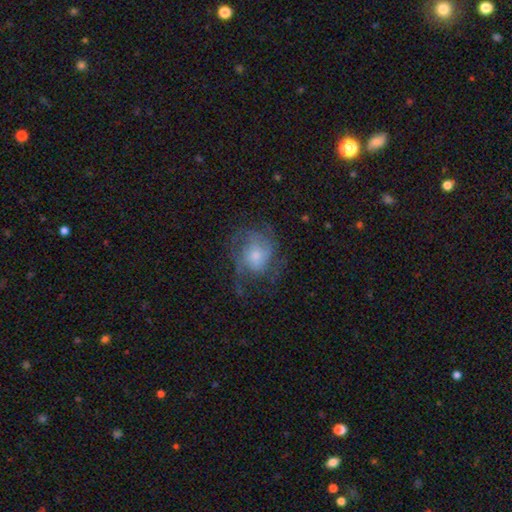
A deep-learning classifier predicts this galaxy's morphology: Smooth or featured? Predicted: featured or disk (p=0.59). Edge-on disk? Predicted: no (p=0.97). Bar? Predicted: no (p=0.78). Spiral arms? Predicted: yes (p=0.77). Bulge size? Predicted: moderate (p=0.44). Merging? Predicted: none (p=0.48).